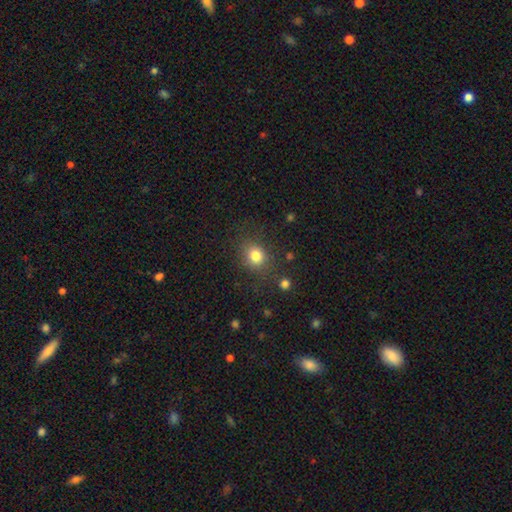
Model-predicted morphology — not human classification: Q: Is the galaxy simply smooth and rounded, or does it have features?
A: smooth — 80%.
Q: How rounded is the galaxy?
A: round — 67%.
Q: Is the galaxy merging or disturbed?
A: none — 80%.